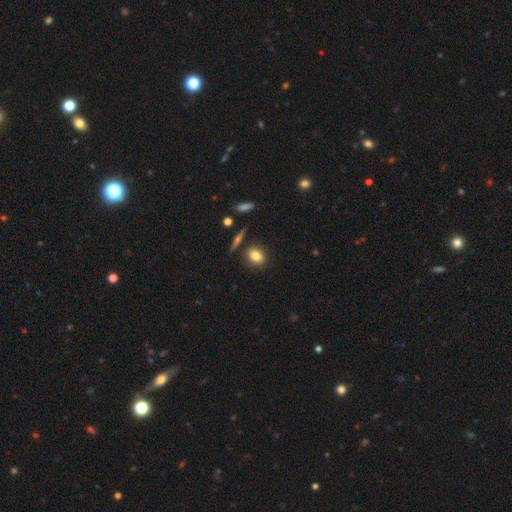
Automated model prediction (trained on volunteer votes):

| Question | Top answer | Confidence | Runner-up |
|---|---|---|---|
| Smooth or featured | smooth | 80% | featured or disk (10%) |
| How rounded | in between | 53% | round (44%) |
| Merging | none | 81% | minor disturbance (11%) |